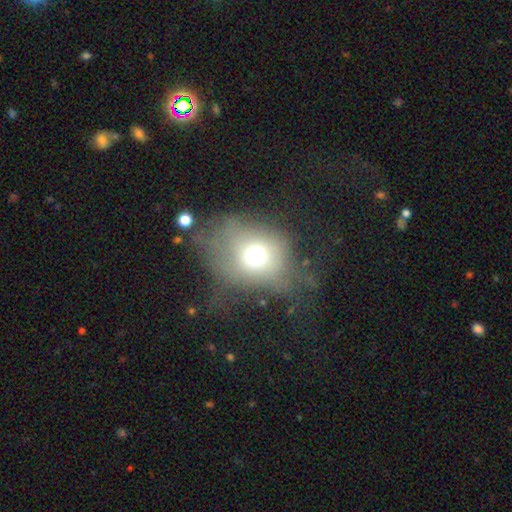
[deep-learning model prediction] A smooth galaxy with no disk features (61%) that is round (71%). Merging: major disturbance (39%).